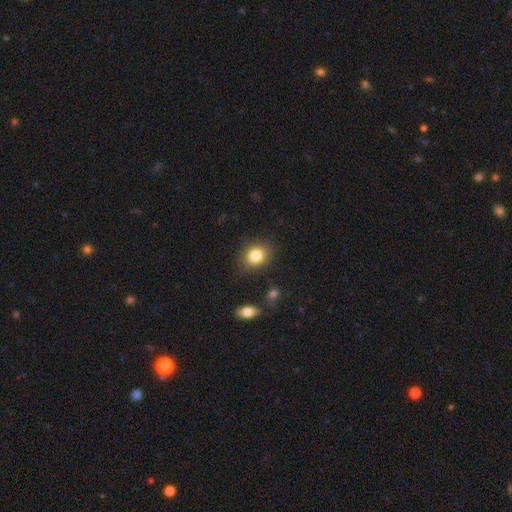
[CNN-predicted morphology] Smooth or featured? smooth (83%)
How rounded? round (55%)
Merging? none (82%)